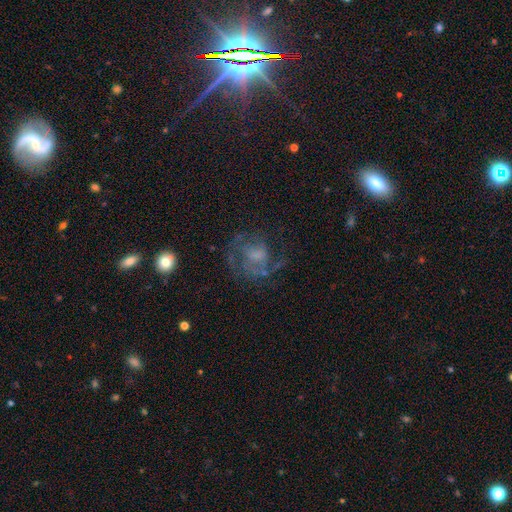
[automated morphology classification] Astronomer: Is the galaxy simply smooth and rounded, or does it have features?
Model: featured or disk — 62%.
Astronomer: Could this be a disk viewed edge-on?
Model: no — 98%.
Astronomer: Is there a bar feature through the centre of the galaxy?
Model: no — 64%.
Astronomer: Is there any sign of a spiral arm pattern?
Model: yes — 64%.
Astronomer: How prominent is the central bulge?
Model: none — 34% (runner-up: moderate, 28%).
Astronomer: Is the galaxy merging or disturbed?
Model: none — 48% (runner-up: major disturbance, 30%).